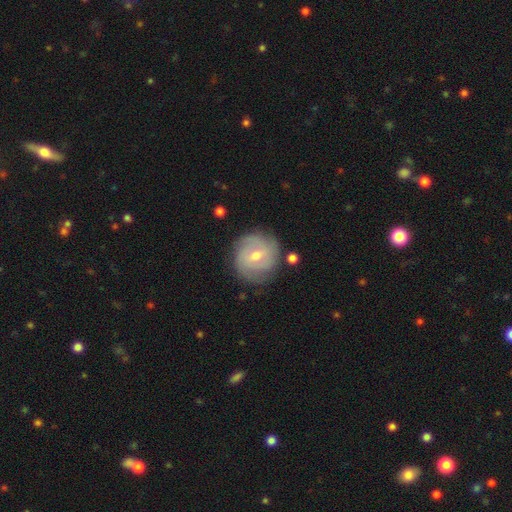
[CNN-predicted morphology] A featured or disk galaxy (72%) with a weak bar (55%), tight (65%) spiral arms (87%) and a moderate central bulge (56%).

Vote fractions:
- Smooth or featured? featured or disk: 72% / smooth: 21% / star or artifact: 7%
- Edge-on disk? no: 97% / yes: 3%
- Bar? weak: 55% / no: 33% / strong: 13%
- Spiral arms? yes: 87% / no: 13%
- Spiral winding? tight: 65% / medium: 27% / loose: 8%
- Spiral arm count? can't tell: 39% / 2: 22% / 3: 20% / 4: 9% / 1: 5% / more than 4: 5%
- Bulge size? moderate: 56% / small: 41% / large: 2% / none: 1% / dominant: 1%
- Merging? none: 80% / minor disturbance: 14% / major disturbance: 4% / merger: 2%